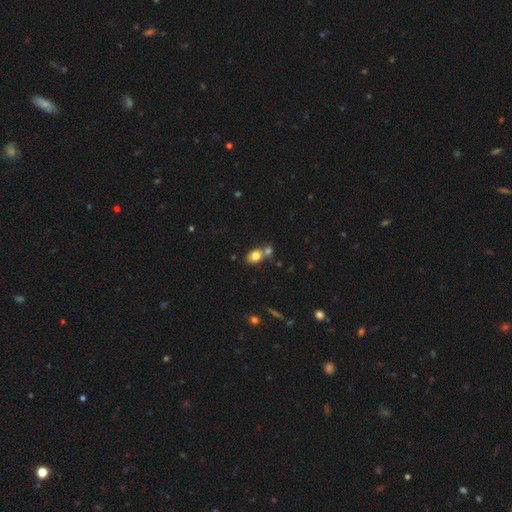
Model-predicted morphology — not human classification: Smooth or featured? smooth (80%)
How rounded? in between (74%)
Merging? merger (45%)